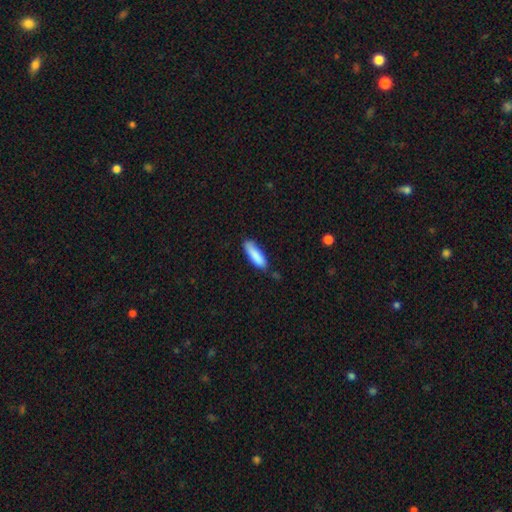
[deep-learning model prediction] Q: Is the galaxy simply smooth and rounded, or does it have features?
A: smooth — 87%.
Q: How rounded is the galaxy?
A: cigar-shaped — 52%.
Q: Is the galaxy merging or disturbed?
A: none — 74%.